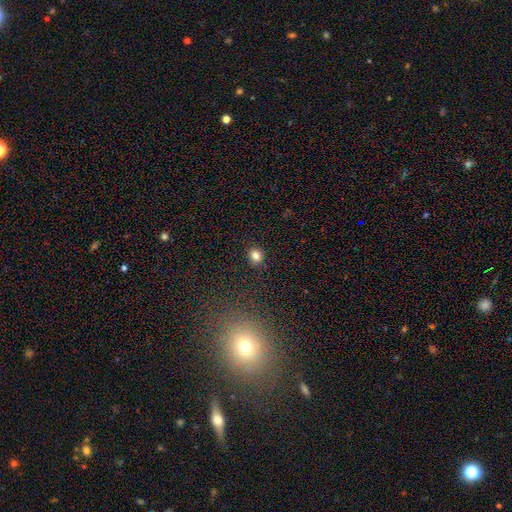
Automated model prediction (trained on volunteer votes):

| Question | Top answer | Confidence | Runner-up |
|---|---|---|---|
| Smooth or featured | smooth | 83% | star or artifact (12%) |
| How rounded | round | 74% | in between (25%) |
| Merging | none | 89% | minor disturbance (7%) |